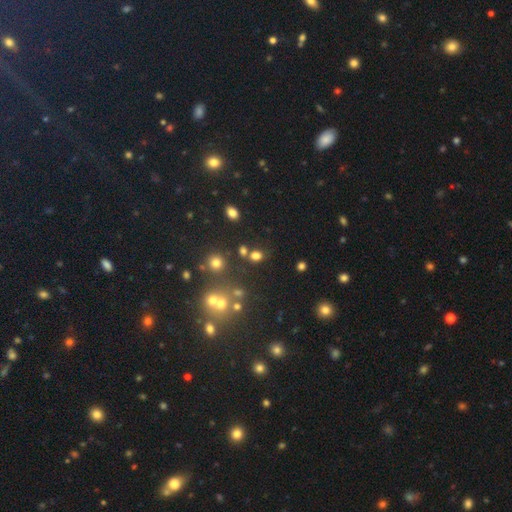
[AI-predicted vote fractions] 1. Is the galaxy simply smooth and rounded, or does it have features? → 71% smooth, 21% star or artifact, 9% featured or disk.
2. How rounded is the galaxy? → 51% in between, 47% round, 2% cigar-shaped.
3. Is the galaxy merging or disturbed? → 67% none, 14% merger, 13% minor disturbance, 6% major disturbance.